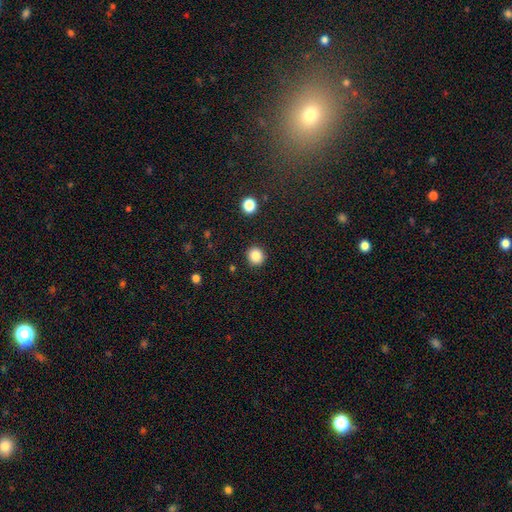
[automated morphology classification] This appears to be a smooth galaxy with no disk features (86%) that is round (92%). Merging: none (91%).